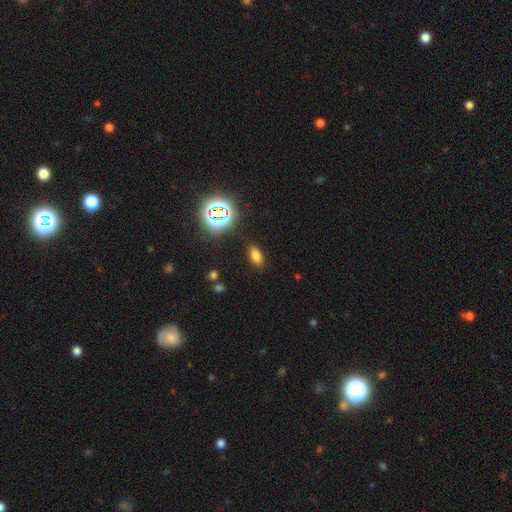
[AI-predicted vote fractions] This is likely a smooth galaxy (70%). How rounded: clearly in between (85%). Merging: clearly none (87%).